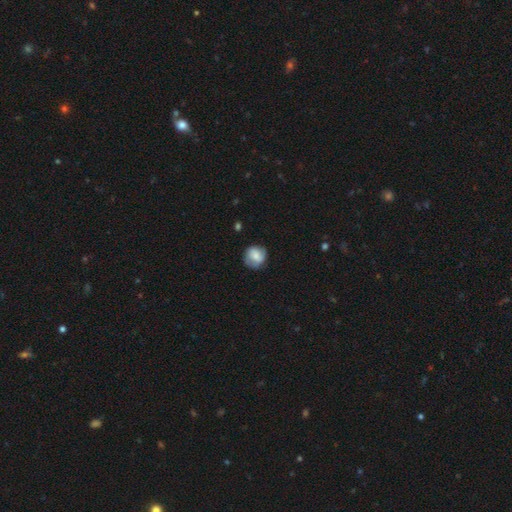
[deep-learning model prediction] This is likely a smooth galaxy (68%). How rounded: clearly round (82%). Merging: likely none (70%).